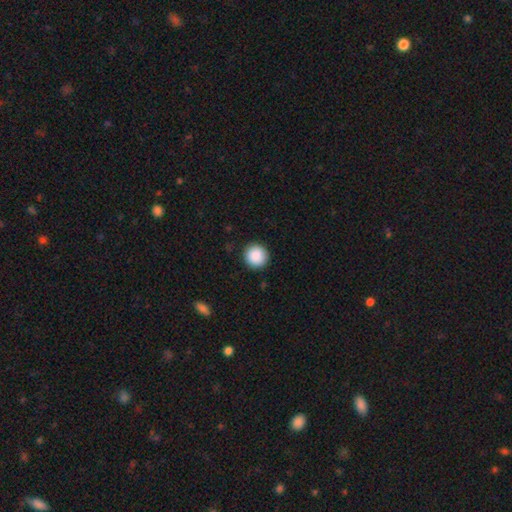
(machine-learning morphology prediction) type=smooth (89%); roundness=round (95%); merging=none (91%).